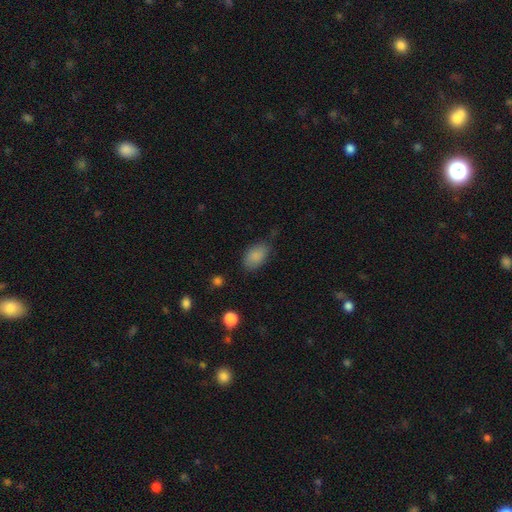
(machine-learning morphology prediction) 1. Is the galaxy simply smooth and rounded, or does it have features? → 86% smooth, 8% star or artifact, 6% featured or disk.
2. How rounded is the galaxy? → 91% in between, 7% round, 2% cigar-shaped.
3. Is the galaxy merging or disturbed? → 68% none, 24% minor disturbance, 6% major disturbance, 2% merger.